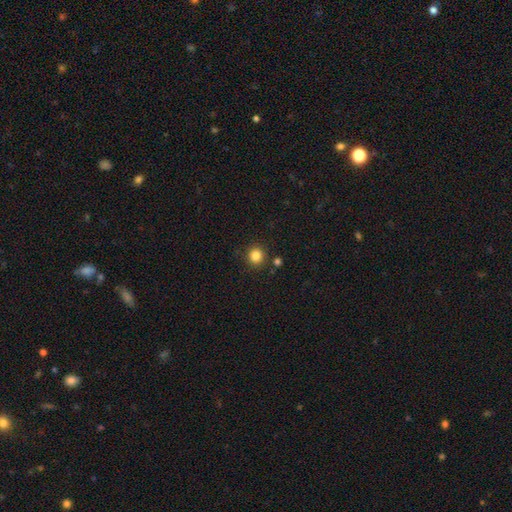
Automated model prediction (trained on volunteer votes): A smooth galaxy with no disk features (84%) that is round (93%). Merging: none (88%).